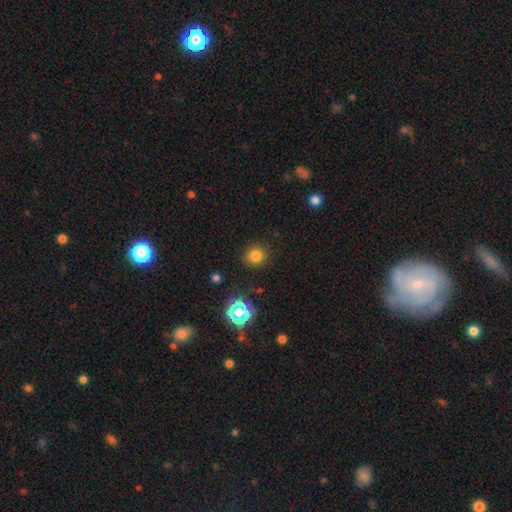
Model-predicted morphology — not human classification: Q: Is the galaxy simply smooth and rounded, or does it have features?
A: smooth — 77%.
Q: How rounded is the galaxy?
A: round — 89%.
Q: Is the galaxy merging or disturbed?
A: none — 88%.